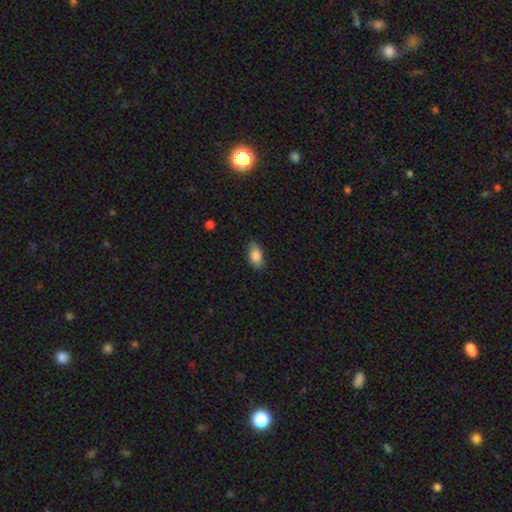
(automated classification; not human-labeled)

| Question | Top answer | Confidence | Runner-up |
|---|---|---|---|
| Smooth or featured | smooth | 84% | featured or disk (9%) |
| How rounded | in between | 90% | round (6%) |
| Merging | none | 82% | minor disturbance (14%) |